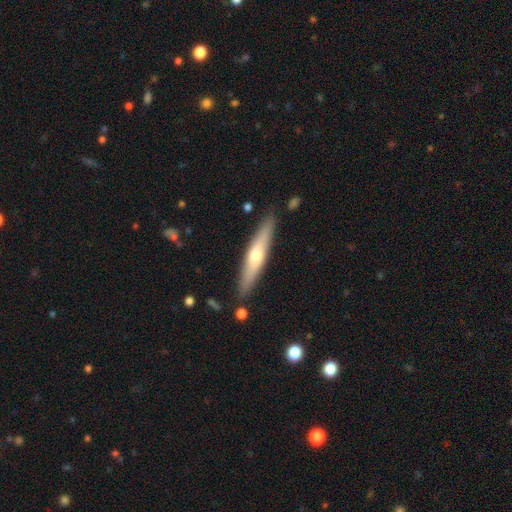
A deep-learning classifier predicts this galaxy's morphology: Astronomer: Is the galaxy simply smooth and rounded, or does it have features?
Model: featured or disk — 49% (runner-up: smooth, 45%).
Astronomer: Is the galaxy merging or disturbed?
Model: none — 87%.